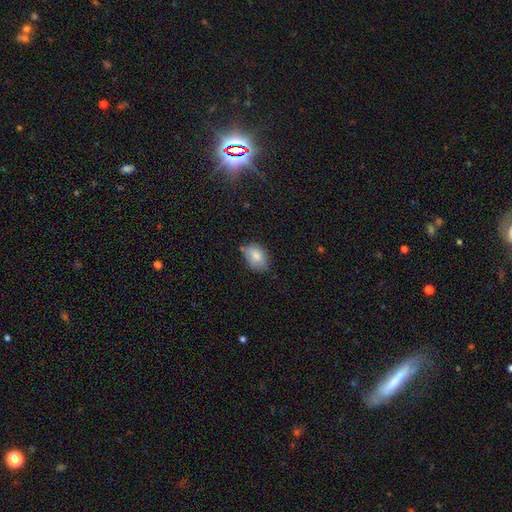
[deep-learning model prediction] Smooth or featured? Predicted: smooth (p=0.83). How rounded? Predicted: in between (p=0.86). Merging? Predicted: none (p=0.63).